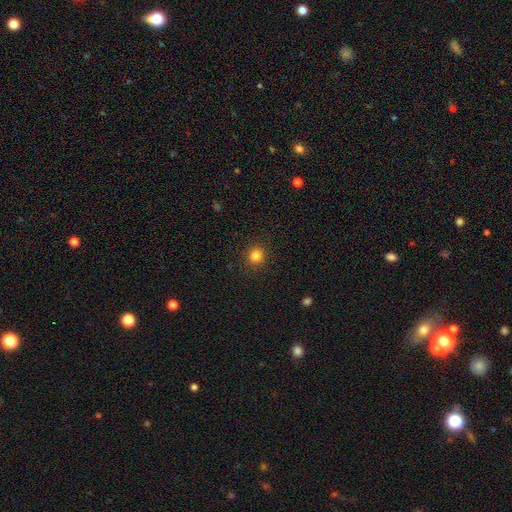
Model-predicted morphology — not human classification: Smooth or featured: smooth — 83% (star or artifact — 13%)
How rounded: round — 93% (in between — 6%)
Merging: none — 91% (minor disturbance — 6%)